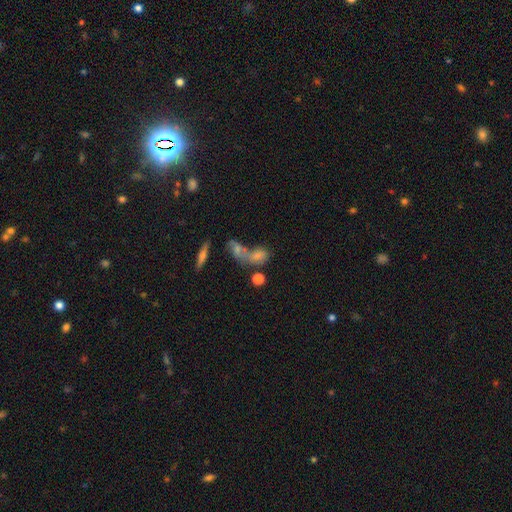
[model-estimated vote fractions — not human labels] Overall: smooth (62%; featured or disk 22%). How rounded: in between (67%). Merging: merger (54%; none 26%).